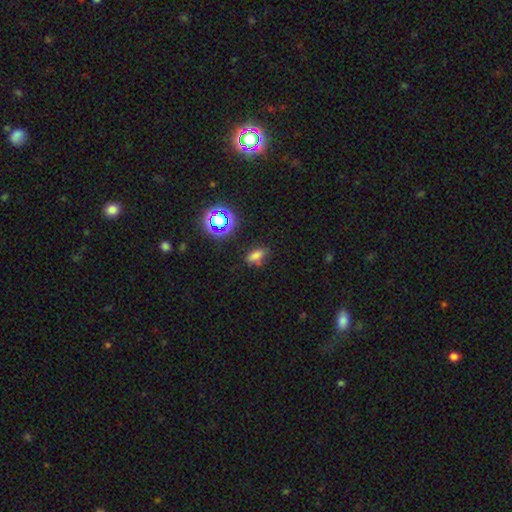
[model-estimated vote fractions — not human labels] smooth 69%, star or artifact 22%, featured or disk 9%. Down the decision tree: how rounded — in between (77%); merging — none (71%).